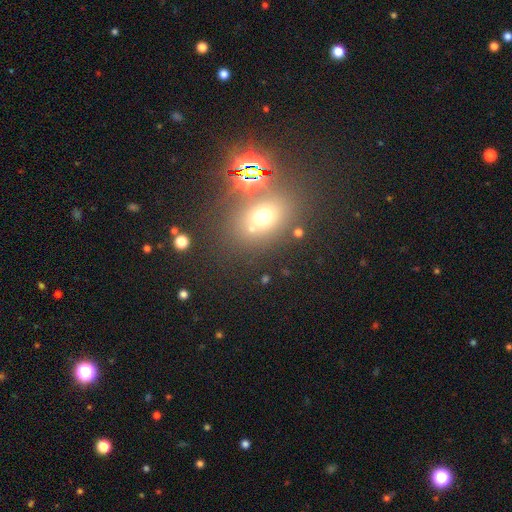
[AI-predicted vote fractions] smooth-or-featured: smooth: 51% | star or artifact: 31% | featured or disk: 17%
  how-rounded: in between: 65% | round: 31% | cigar-shaped: 5%
  merging: none: 60% | merger: 25% | minor disturbance: 10% | major disturbance: 5%